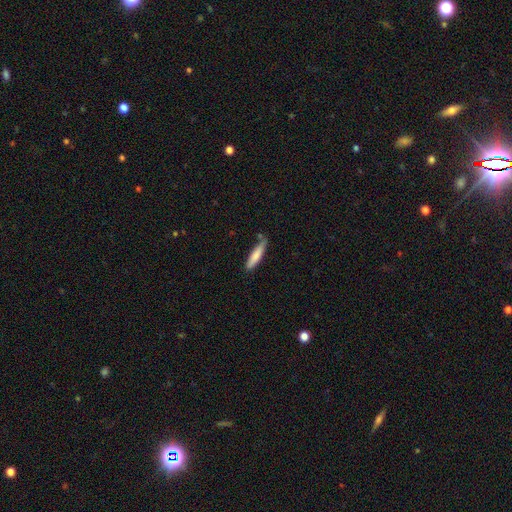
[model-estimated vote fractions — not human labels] This is likely a smooth galaxy (78%). How rounded: clearly cigar-shaped (83%). Merging: likely none (70%).